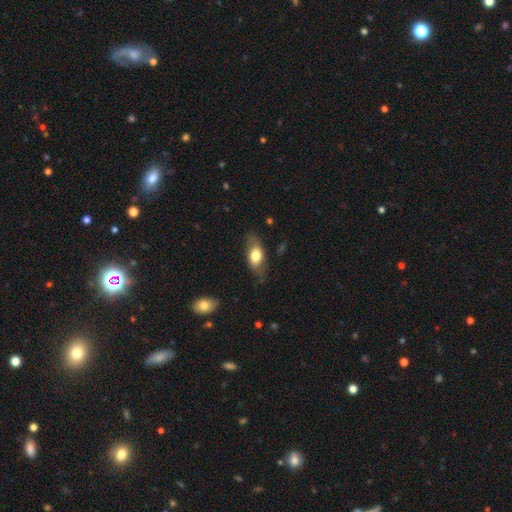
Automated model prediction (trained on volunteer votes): This appears to be a smooth galaxy with no disk features (71%) that is in between round and cigar-shaped (83%). Merging: none (72%).